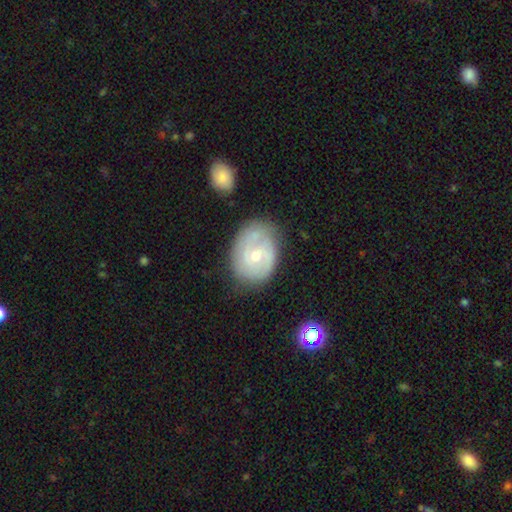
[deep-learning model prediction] Q: Smooth or featured?
A: featured or disk (68%); runner-up: smooth (25%)
Q: Edge-on disk?
A: no (97%); runner-up: yes (3%)
Q: Bar?
A: no (60%); runner-up: weak (34%)
Q: Spiral arms?
A: yes (81%); runner-up: no (19%)
Q: Spiral winding?
A: tight (50%); runner-up: medium (36%)
Q: Spiral arm count?
A: 2 (53%); runner-up: can't tell (29%)
Q: Bulge size?
A: small (54%); runner-up: moderate (43%)
Q: Merging?
A: none (63%); runner-up: minor disturbance (24%)